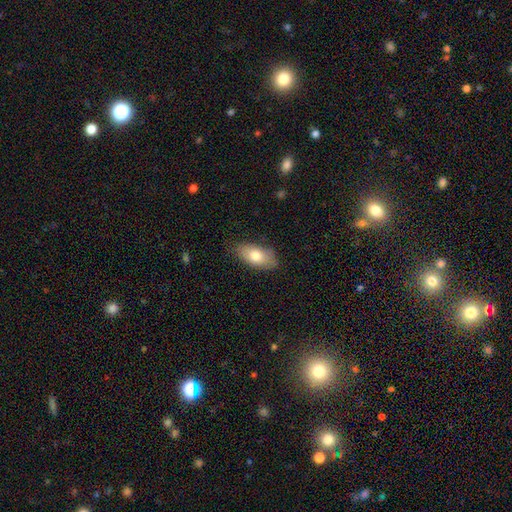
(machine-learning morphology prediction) Smooth or featured? smooth (76%)
How rounded? in between (91%)
Merging? none (79%)